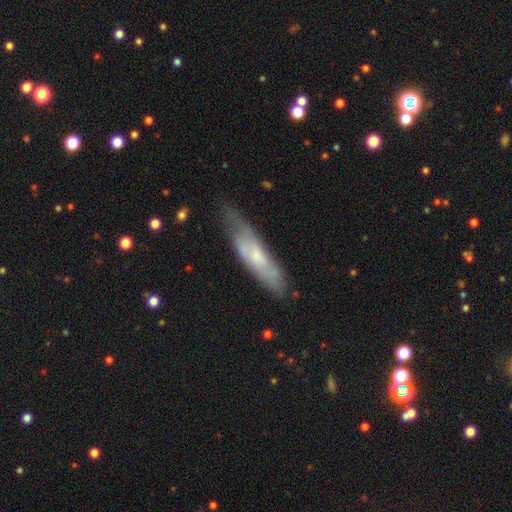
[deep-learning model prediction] A smooth galaxy with no disk features (47%).

Vote fractions:
- Smooth or featured? smooth: 47% / featured or disk: 46% / star or artifact: 7%
- Merging? none: 59% / minor disturbance: 29% / major disturbance: 9% / merger: 2%